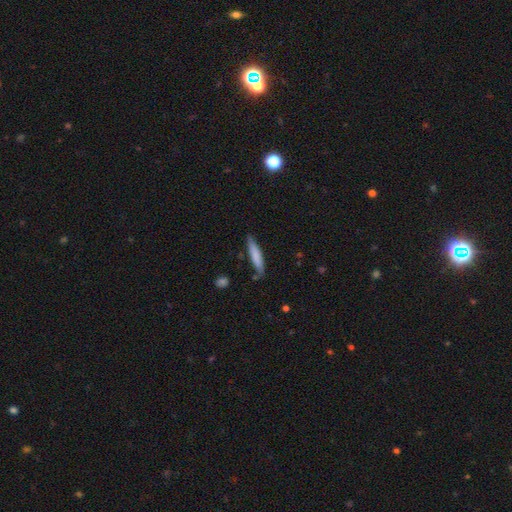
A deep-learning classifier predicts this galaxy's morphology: A smooth galaxy with no disk features (76%) that is cigar-shaped (88%). Merging: none (80%).